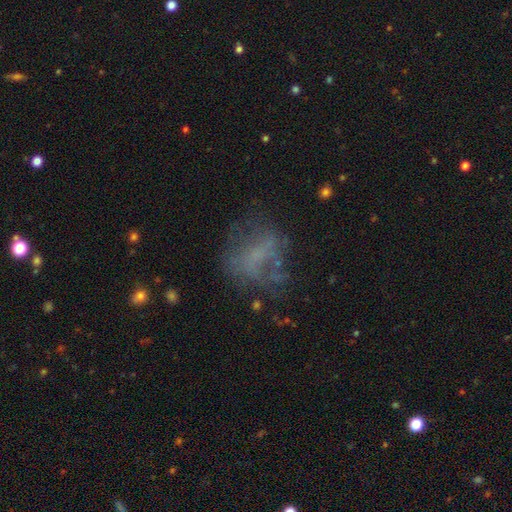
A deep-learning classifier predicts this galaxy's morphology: featured or disk 43%, smooth 36%, star or artifact 20%. Down the decision tree: merging — none (49%).